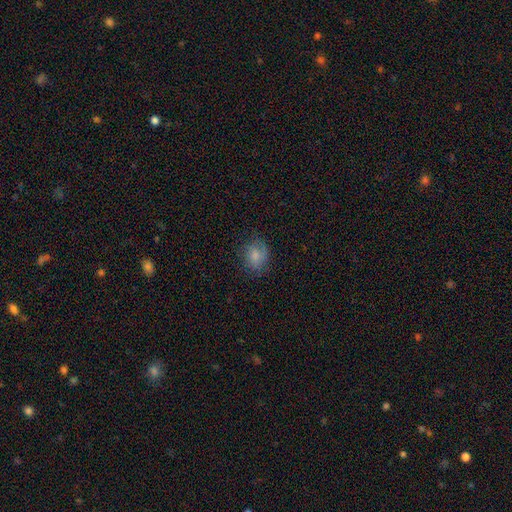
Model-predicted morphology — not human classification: This is likely a smooth galaxy (75%). How rounded: possibly in between (53%). Merging: likely none (68%).